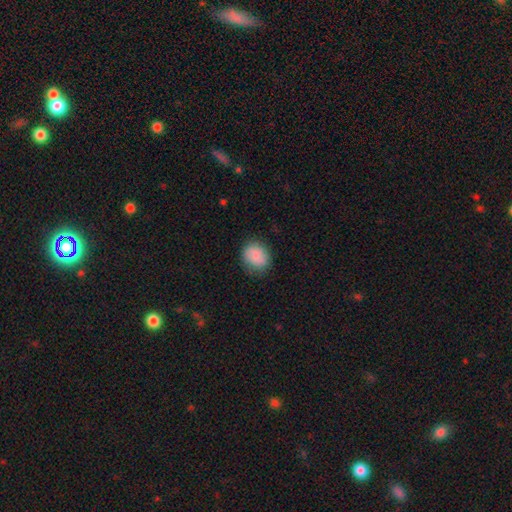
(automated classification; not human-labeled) smooth-or-featured: smooth: 86% | star or artifact: 7% | featured or disk: 7%
  how-rounded: round: 60% | in between: 39% | cigar-shaped: 1%
  merging: none: 78% | minor disturbance: 16% | major disturbance: 4% | merger: 1%